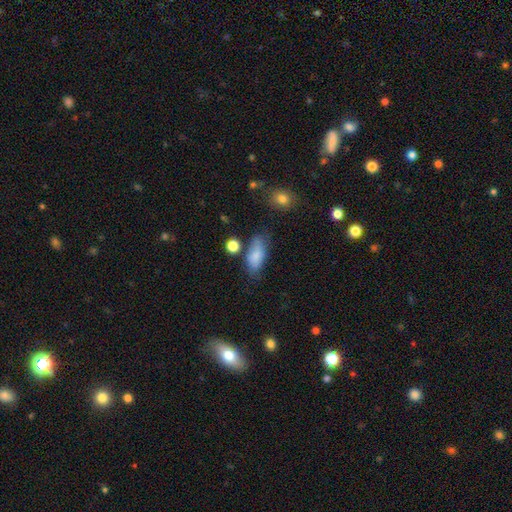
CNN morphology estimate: Smooth or featured? smooth (80%)
How rounded? in between (83%)
Merging? none (60%)